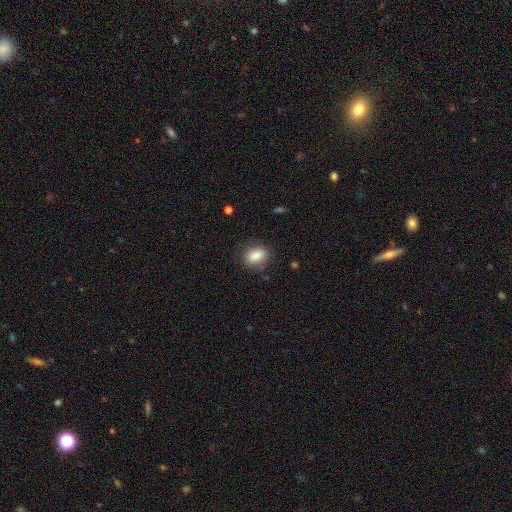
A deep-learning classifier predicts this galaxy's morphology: A smooth galaxy with no disk features (85%) that is in between round and cigar-shaped (78%). Merging: none (80%).